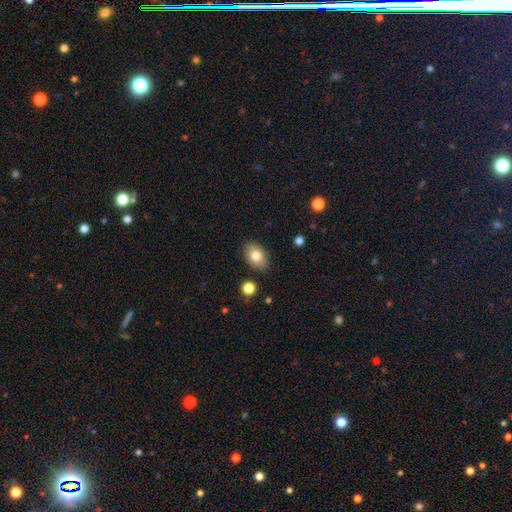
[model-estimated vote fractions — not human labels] This is likely a smooth galaxy (79%). How rounded: clearly in between (86%). Merging: clearly none (86%).